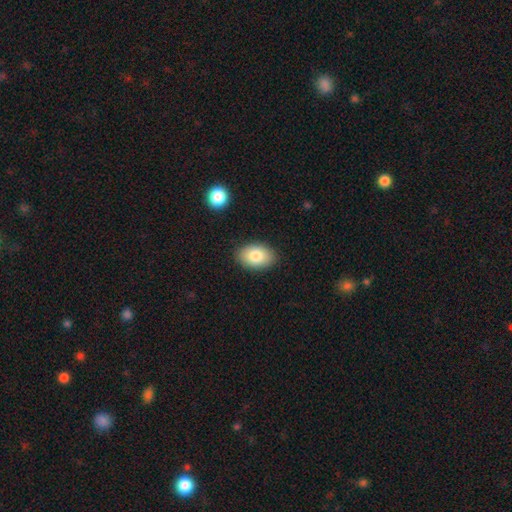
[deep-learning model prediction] A smooth galaxy with no disk features (83%) that is in between round and cigar-shaped (88%). Merging: none (87%).